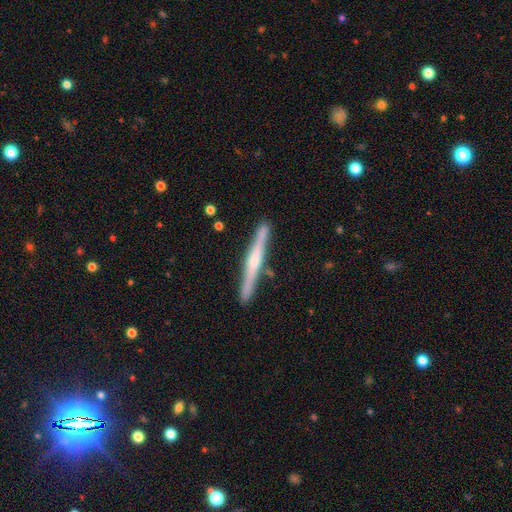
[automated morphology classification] Smooth or featured?
  - featured or disk: 61% *
  - smooth: 34%
  - star or artifact: 5%
Edge-on disk?
  - yes: 97% *
  - no: 3%
Edge-on bulge?
  - rounded: 62% *
  - none: 23%
  - boxy: 15%
Merging?
  - none: 85% *
  - minor disturbance: 10%
  - merger: 3%
  - major disturbance: 2%